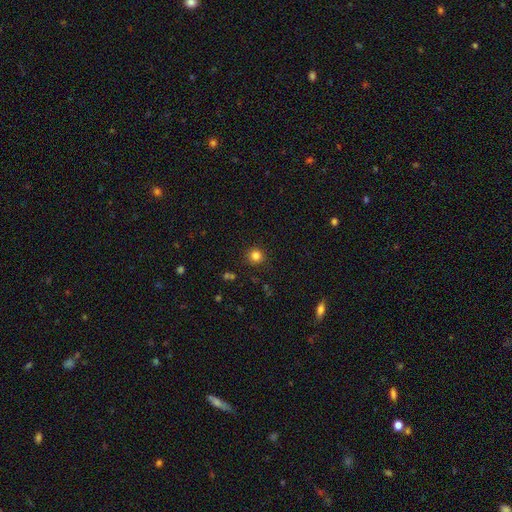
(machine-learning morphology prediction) Smooth or featured?
  - smooth: 82% *
  - star or artifact: 13%
  - featured or disk: 5%
How rounded?
  - round: 93% *
  - in between: 6%
  - cigar-shaped: 1%
Merging?
  - none: 89% *
  - minor disturbance: 7%
  - major disturbance: 2%
  - merger: 2%